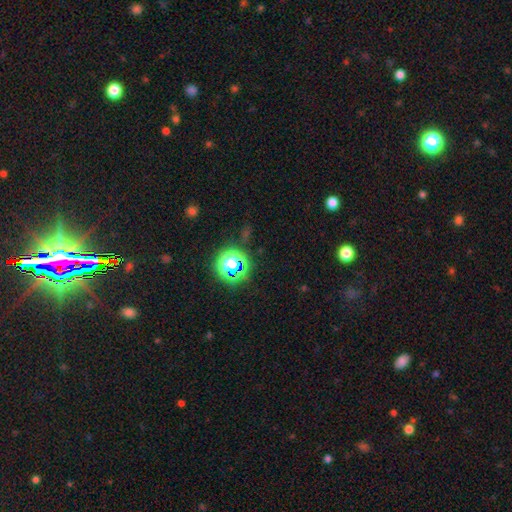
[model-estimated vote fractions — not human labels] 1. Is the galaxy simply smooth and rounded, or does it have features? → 72% star or artifact, 20% smooth, 8% featured or disk.